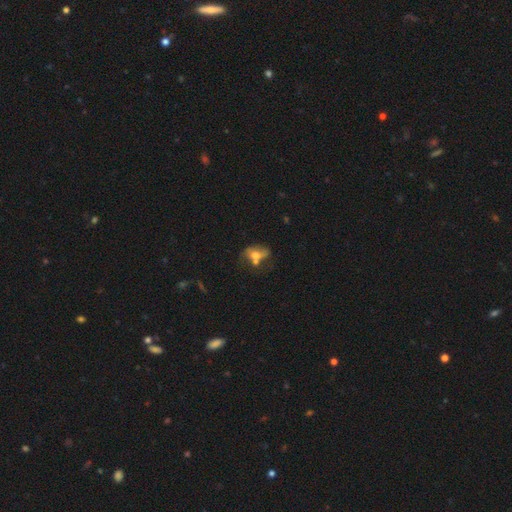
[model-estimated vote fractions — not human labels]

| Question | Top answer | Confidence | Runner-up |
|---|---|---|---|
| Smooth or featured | smooth | 50% | featured or disk (38%) |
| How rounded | in between | 75% | round (21%) |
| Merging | none | 35% | merger (32%) |